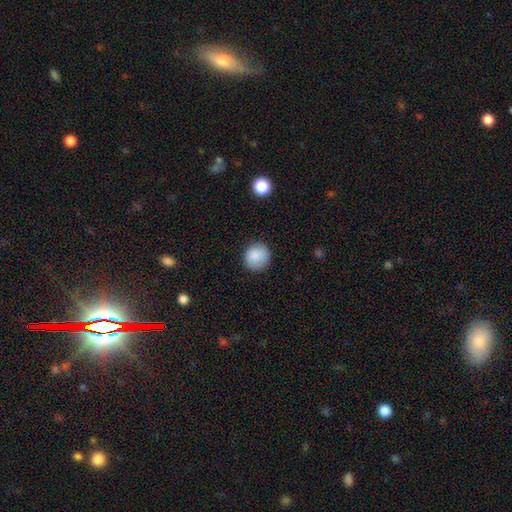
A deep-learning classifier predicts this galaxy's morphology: Smooth or featured? Predicted: smooth (p=0.87). How rounded? Predicted: round (p=0.90). Merging? Predicted: none (p=0.87).